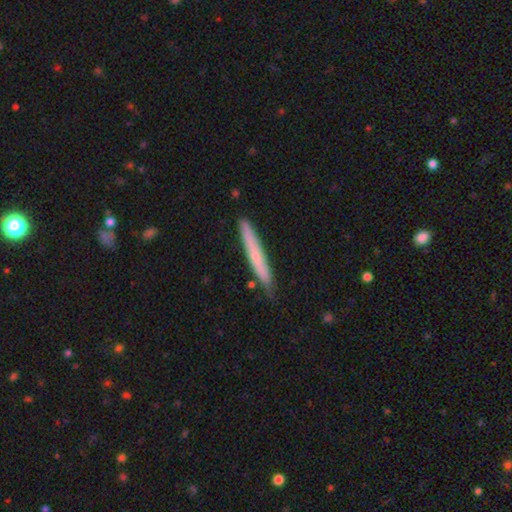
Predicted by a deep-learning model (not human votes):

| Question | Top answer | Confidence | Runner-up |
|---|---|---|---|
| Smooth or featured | smooth | 57% | featured or disk (37%) |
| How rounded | cigar-shaped | 96% | in between (3%) |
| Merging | none | 84% | minor disturbance (13%) |